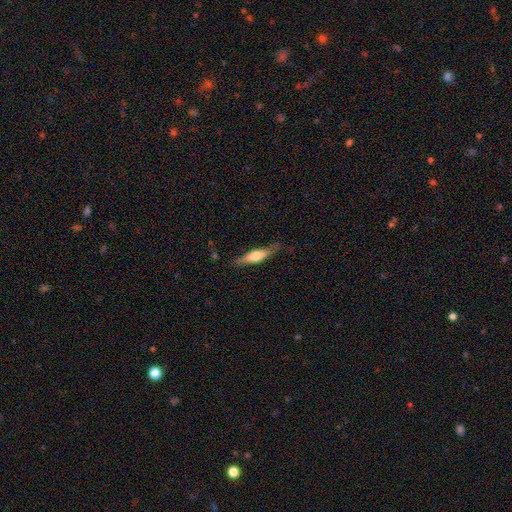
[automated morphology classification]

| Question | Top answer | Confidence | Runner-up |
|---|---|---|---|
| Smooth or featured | featured or disk | 51% | smooth (44%) |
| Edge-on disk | yes | 92% | no (8%) |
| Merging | none | 77% | minor disturbance (18%) |